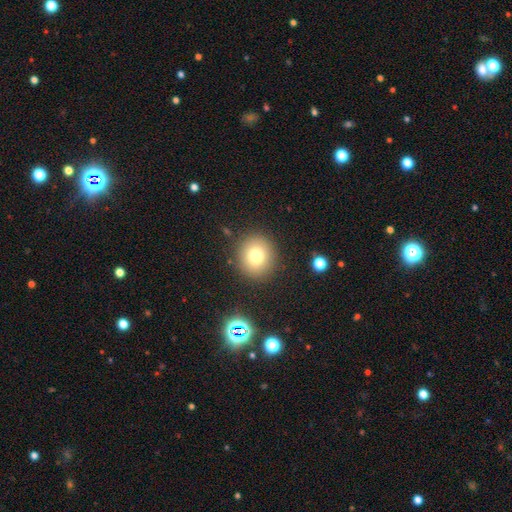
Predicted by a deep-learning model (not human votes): A smooth galaxy with no disk features (76%) that is round (87%). Merging: none (88%).